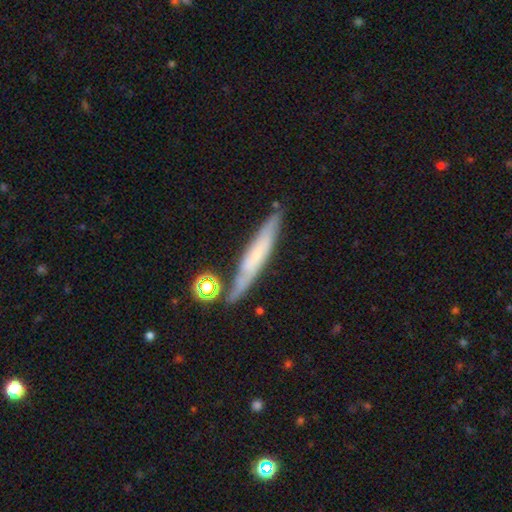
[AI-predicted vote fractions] The model was most divided on "smooth or featured": featured or disk: 47%, smooth: 45%, star or artifact: 8%. More confident: merging — none (74%).